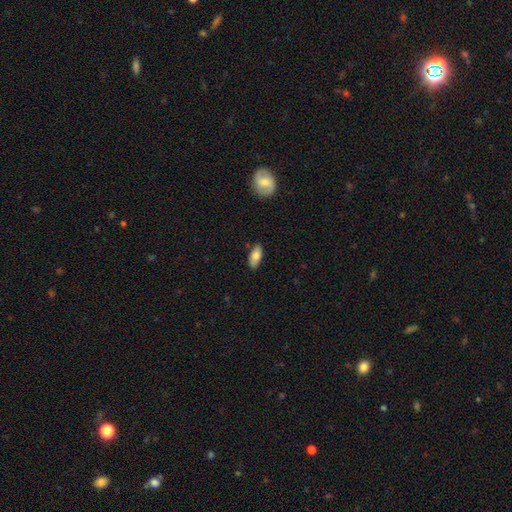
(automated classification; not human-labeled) smooth-or-featured: smooth: 77% | featured or disk: 17% | star or artifact: 6%
  how-rounded: in between: 86% | cigar-shaped: 12% | round: 2%
  merging: none: 85% | minor disturbance: 12% | major disturbance: 2% | merger: 1%